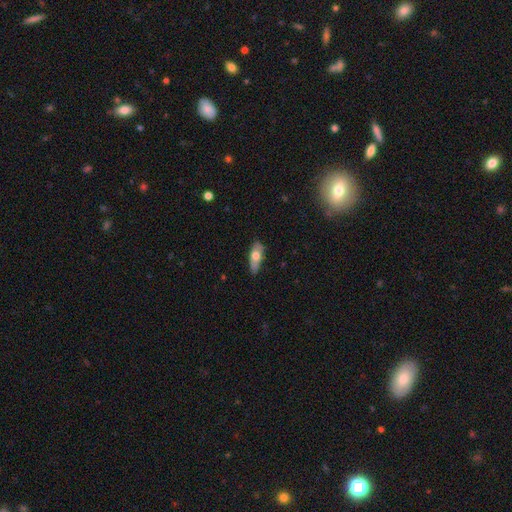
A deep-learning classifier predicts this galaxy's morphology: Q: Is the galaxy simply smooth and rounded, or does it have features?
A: smooth — 62%.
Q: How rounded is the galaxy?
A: in between — 67%.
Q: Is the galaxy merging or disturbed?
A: none — 72%.